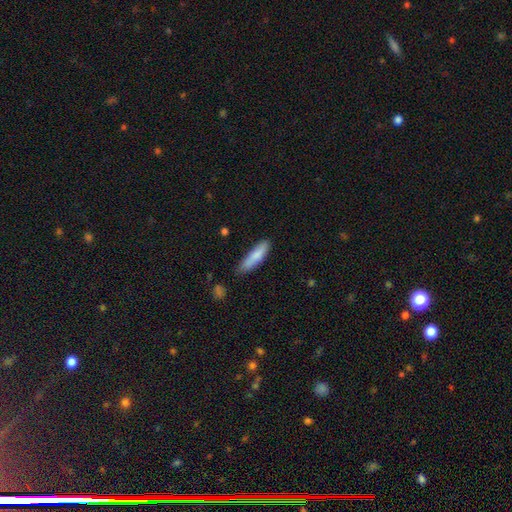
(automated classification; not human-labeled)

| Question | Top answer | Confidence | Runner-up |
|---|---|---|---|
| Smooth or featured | smooth | 82% | featured or disk (12%) |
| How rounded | cigar-shaped | 71% | in between (27%) |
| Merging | none | 74% | minor disturbance (20%) |